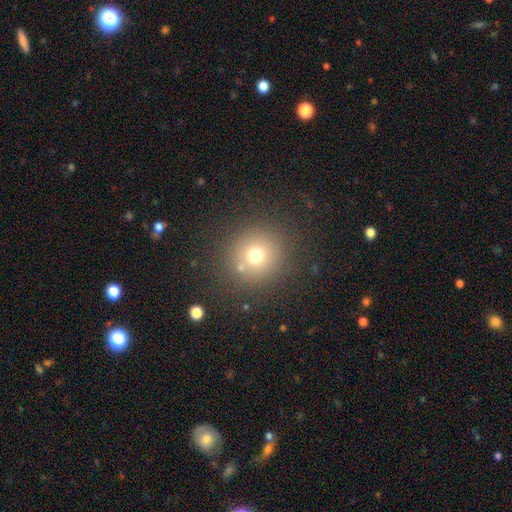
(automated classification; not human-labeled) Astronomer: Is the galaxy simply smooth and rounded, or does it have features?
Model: smooth — 70%.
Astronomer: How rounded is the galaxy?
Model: round — 91%.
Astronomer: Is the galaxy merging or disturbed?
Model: none — 82%.